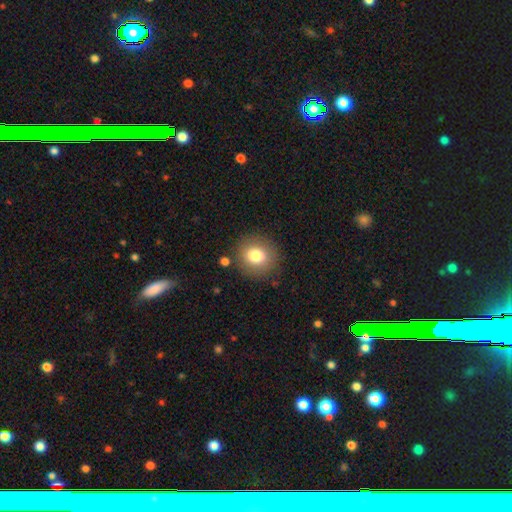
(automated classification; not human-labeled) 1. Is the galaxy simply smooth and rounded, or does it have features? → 79% smooth, 11% featured or disk, 10% star or artifact.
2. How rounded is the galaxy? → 87% round, 12% in between, 1% cigar-shaped.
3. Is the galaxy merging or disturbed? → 86% none, 8% minor disturbance, 3% major disturbance, 2% merger.